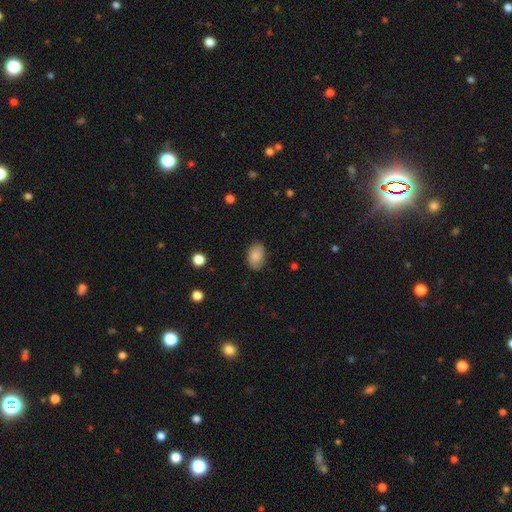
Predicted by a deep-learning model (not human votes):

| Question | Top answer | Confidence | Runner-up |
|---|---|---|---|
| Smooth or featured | smooth | 87% | star or artifact (7%) |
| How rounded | in between | 89% | round (10%) |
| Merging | none | 83% | minor disturbance (12%) |